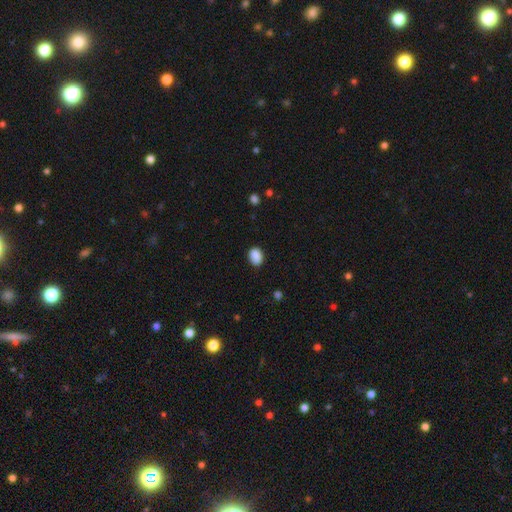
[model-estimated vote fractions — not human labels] smooth-or-featured: smooth: 88% | star or artifact: 8% | featured or disk: 3%
  how-rounded: in between: 67% | round: 32% | cigar-shaped: 1%
  merging: none: 83% | minor disturbance: 13% | major disturbance: 3% | merger: 1%